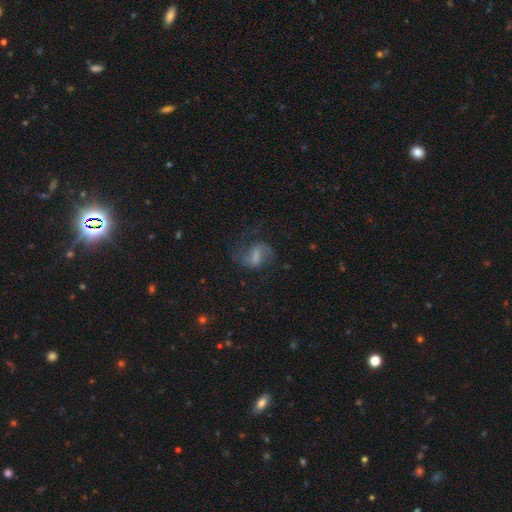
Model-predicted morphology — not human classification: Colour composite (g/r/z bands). It shows a featured or disk galaxy (67%) with a weak bar (48%), 2 (83%) medium (45%) spiral arms (89%) and no central bulge (36%). Merging: none (57%).